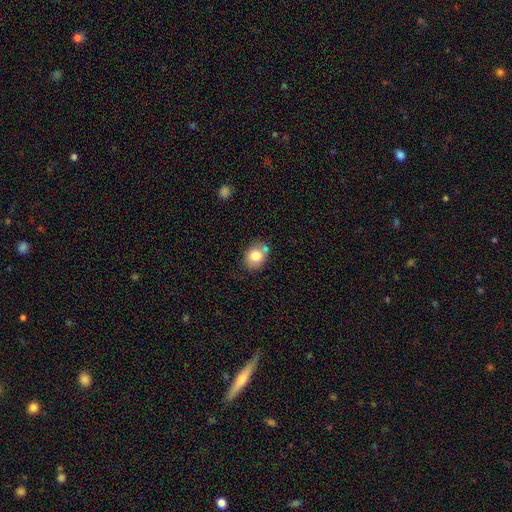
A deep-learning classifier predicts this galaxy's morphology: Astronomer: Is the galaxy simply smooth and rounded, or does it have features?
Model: smooth — 78%.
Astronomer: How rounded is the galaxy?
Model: round — 50% (runner-up: in between, 49%).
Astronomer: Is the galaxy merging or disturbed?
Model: none — 60%.